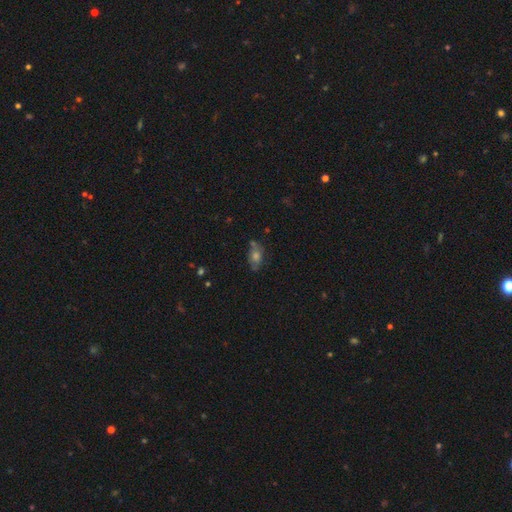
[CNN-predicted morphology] Q: Smooth or featured?
A: smooth (51%); runner-up: featured or disk (27%)
Q: How rounded?
A: in between (75%); runner-up: round (20%)
Q: Merging?
A: none (68%); runner-up: minor disturbance (19%)